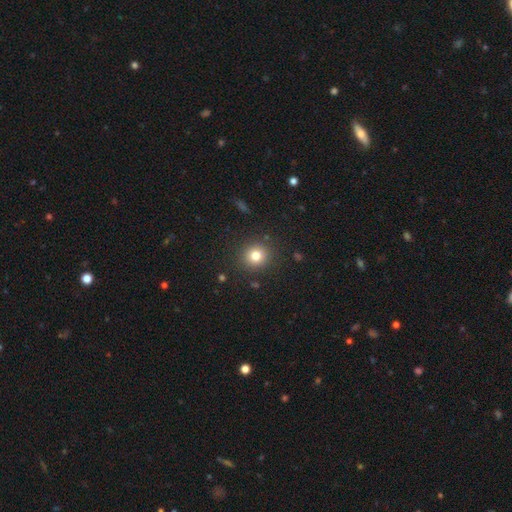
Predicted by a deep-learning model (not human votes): smooth_or_featured: smooth (p=0.79) [alt: star or artifact p=0.13]
how_rounded: round (p=0.90) [alt: in between p=0.09]
merging: none (p=0.89) [alt: minor disturbance p=0.07]